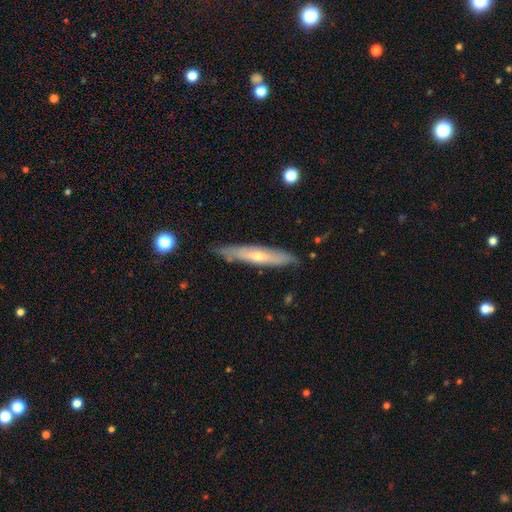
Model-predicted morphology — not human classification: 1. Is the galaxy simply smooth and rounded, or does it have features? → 57% featured or disk, 36% smooth, 6% star or artifact.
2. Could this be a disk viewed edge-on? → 72% yes, 28% no.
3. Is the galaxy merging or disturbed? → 82% none, 14% minor disturbance, 2% major disturbance, 1% merger.